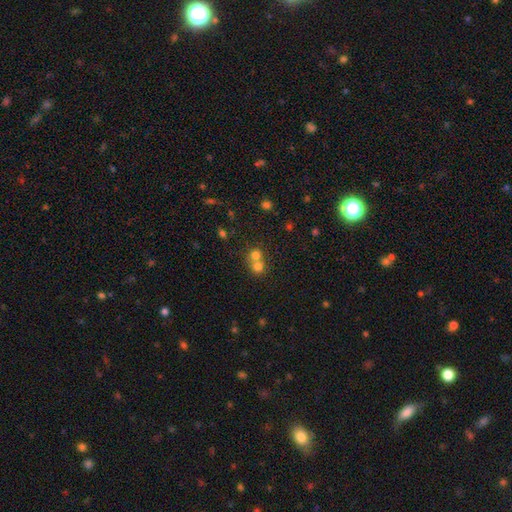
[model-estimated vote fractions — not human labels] Overall: smooth (73%). How rounded: round (84%). Merging: merger (59%; none 35%).